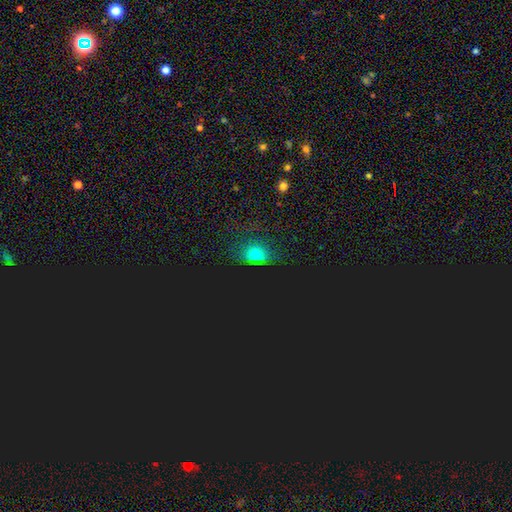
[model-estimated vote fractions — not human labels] A smooth galaxy with no disk features (51%) that is round (53%). Merging: none (76%).